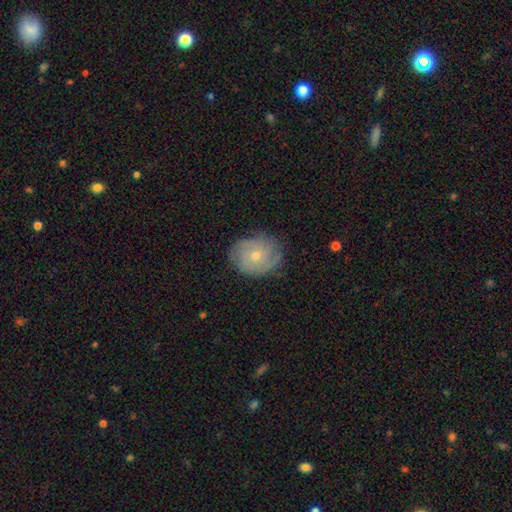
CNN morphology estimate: smooth_or_featured: featured or disk (p=0.60) [alt: smooth p=0.33]
disk_edge_on: no (p=0.97) [alt: yes p=0.03]
bar: no (p=0.79) [alt: weak p=0.18]
has_spiral_arms: yes (p=0.83) [alt: no p=0.17]
bulge_size: small (p=0.56) [alt: moderate p=0.40]
merging: none (p=0.77) [alt: minor disturbance p=0.17]